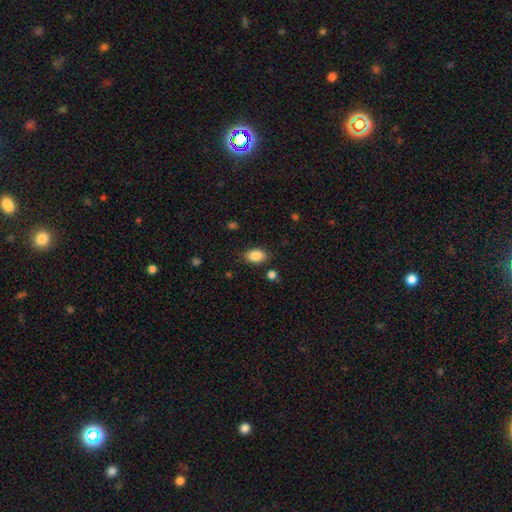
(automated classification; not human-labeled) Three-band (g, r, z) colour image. It shows a smooth galaxy with no disk features (87%) that is in between round and cigar-shaped (86%). Merging: none (83%).